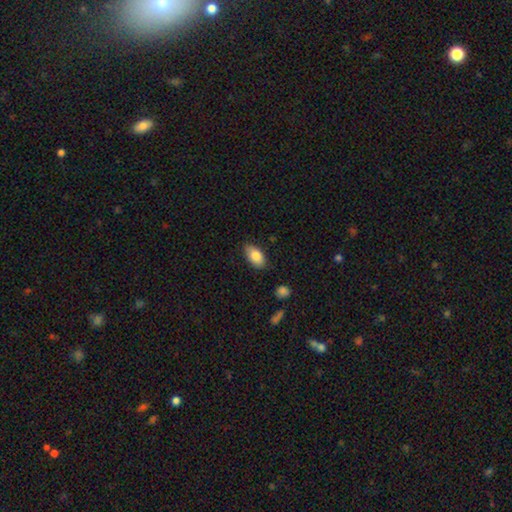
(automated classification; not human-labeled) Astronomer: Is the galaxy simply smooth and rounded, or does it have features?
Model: smooth — 83%.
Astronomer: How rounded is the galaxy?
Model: in between — 92%.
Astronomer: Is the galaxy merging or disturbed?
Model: none — 82%.